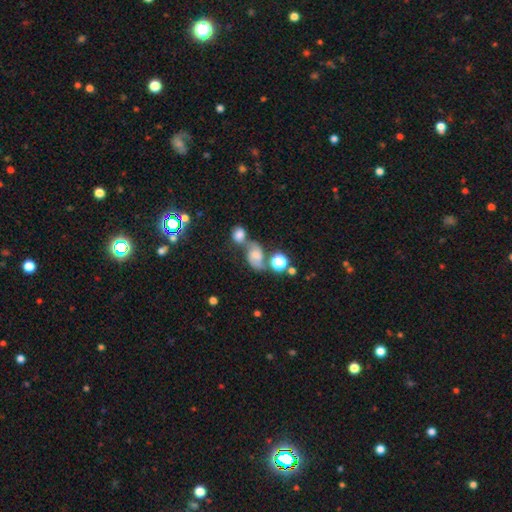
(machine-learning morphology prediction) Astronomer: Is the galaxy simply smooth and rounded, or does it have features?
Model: smooth — 43% (runner-up: featured or disk, 41%).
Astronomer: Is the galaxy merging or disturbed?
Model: merger — 44% (runner-up: none, 32%).